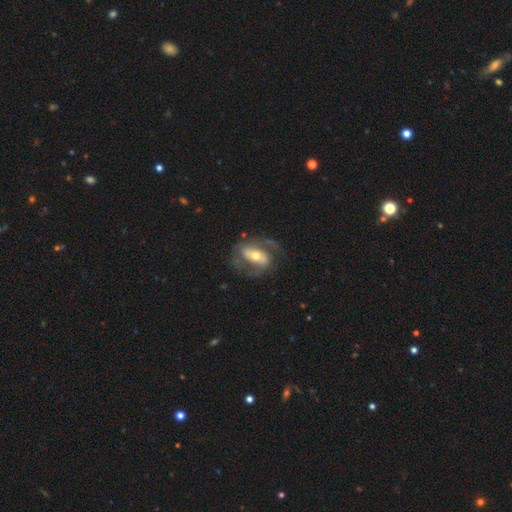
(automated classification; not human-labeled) A featured or disk galaxy (70%) with a strong bar (36%), spiral arms (73%) and a moderate central bulge (66%). Merging: none (59%).